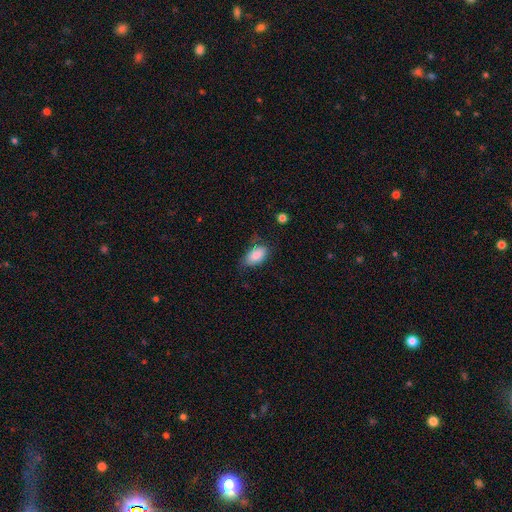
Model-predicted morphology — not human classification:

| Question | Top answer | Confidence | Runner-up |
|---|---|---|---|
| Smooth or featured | smooth | 86% | featured or disk (7%) |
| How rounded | in between | 93% | round (4%) |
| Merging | none | 58% | minor disturbance (31%) |